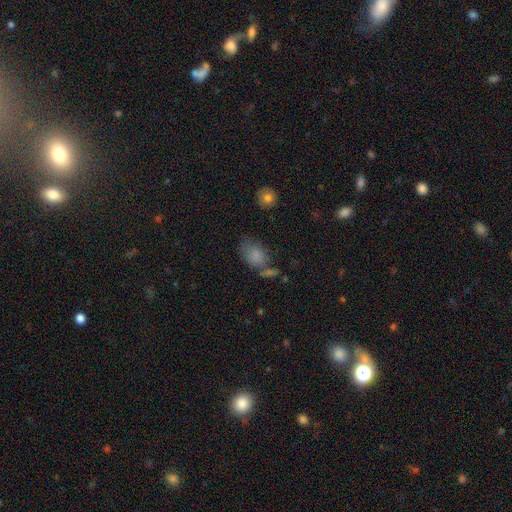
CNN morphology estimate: smooth 81%, star or artifact 10%, featured or disk 9%. Down the decision tree: how rounded — in between (83%); merging — none (45%).